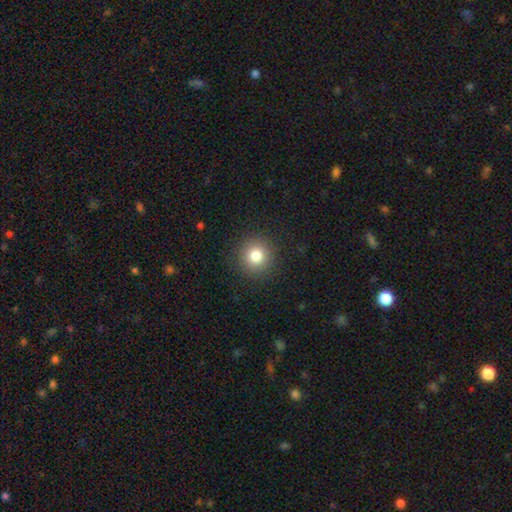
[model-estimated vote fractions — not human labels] Smooth or featured? Predicted: smooth (p=0.80). How rounded? Predicted: round (p=0.94). Merging? Predicted: none (p=0.91).